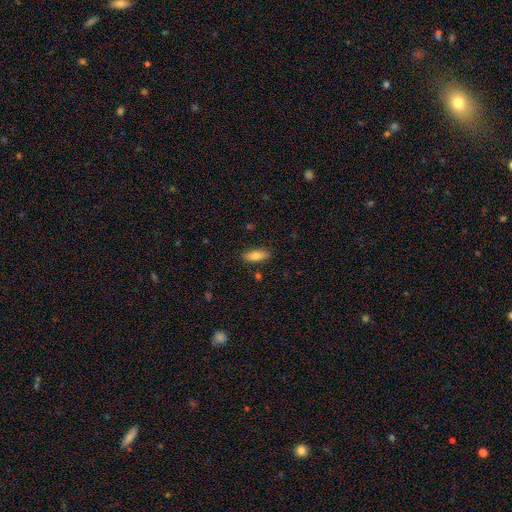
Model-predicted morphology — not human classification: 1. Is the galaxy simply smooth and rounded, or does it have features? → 79% smooth, 14% featured or disk, 7% star or artifact.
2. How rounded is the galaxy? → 72% in between, 26% cigar-shaped, 2% round.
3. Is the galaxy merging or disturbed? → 86% none, 10% minor disturbance, 2% major disturbance, 2% merger.